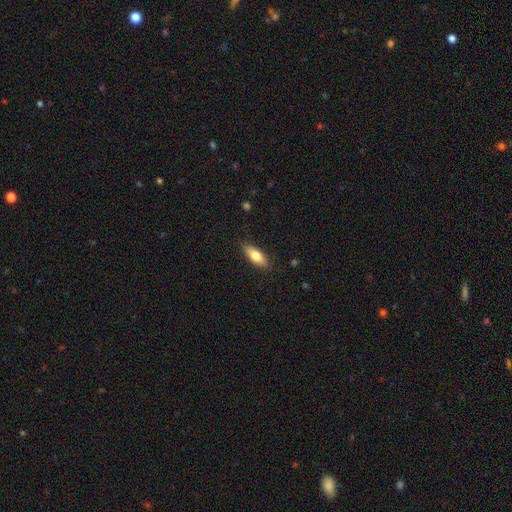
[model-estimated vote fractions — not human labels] Smooth or featured?
  - smooth: 73% *
  - featured or disk: 20%
  - star or artifact: 6%
How rounded?
  - in between: 69% *
  - cigar-shaped: 28%
  - round: 3%
Merging?
  - none: 86% *
  - minor disturbance: 11%
  - major disturbance: 2%
  - merger: 1%